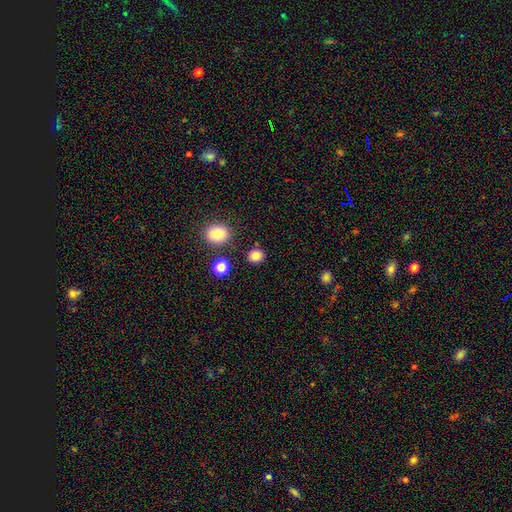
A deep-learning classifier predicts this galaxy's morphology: This appears to be a smooth galaxy with no disk features (83%) that is round (77%). Merging: none (86%).